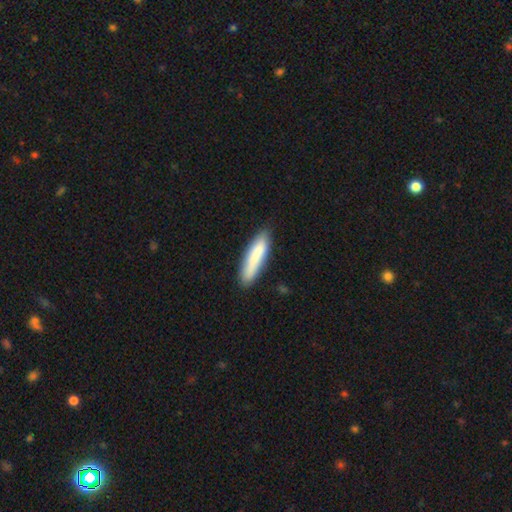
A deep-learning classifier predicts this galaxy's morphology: This is clearly a smooth galaxy (81%). How rounded: likely cigar-shaped (74%). Merging: clearly none (81%).